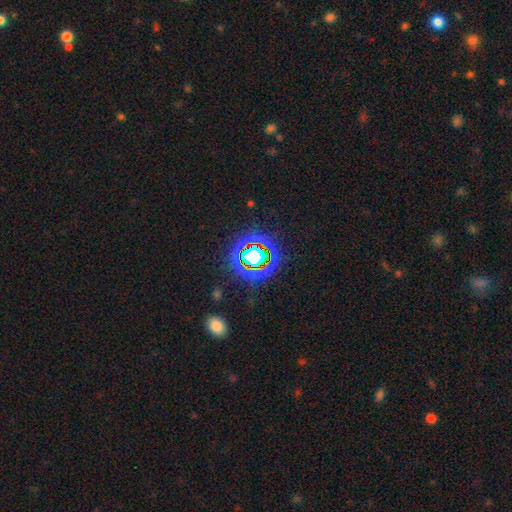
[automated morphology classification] This is likely a star or artifact rather than a galaxy (72%).